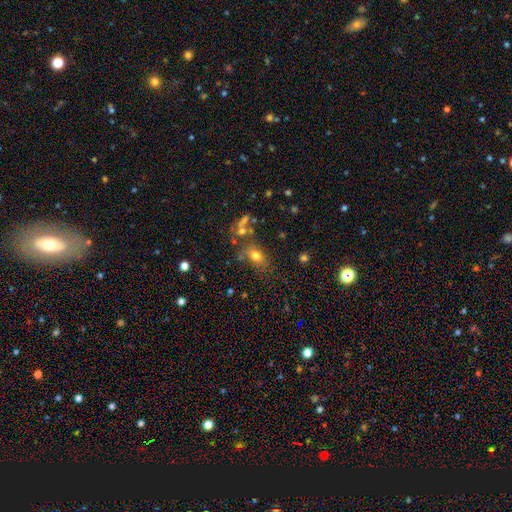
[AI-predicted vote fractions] Smooth or featured: smooth — 72% (star or artifact — 15%)
How rounded: in between — 67% (round — 31%)
Merging: none — 58% (minor disturbance — 18%)